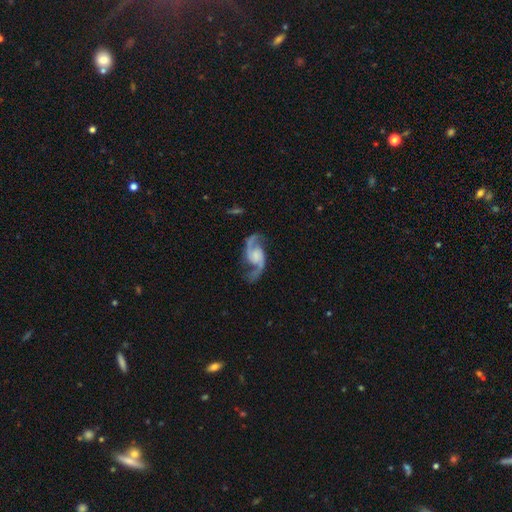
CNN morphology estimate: Smooth or featured?
  - featured or disk: 92% *
  - star or artifact: 4%
  - smooth: 4%
Edge-on disk?
  - no: 98% *
  - yes: 2%
Bar?
  - no: 58% *
  - weak: 32%
  - strong: 9%
Spiral arms?
  - yes: 98% *
  - no: 2%
Spiral winding?
  - loose: 56% *
  - medium: 37%
  - tight: 6%
Spiral arm count?
  - 2: 94% *
  - 1: 1%
  - can't tell: 1%
  - 3: 1%
  - 4: 1%
  - more than 4: 1%
Bulge size?
  - none: 33% *
  - small: 29%
  - moderate: 22%
  - large: 13%
  - dominant: 3%
Merging?
  - none: 76% *
  - minor disturbance: 14%
  - major disturbance: 8%
  - merger: 2%